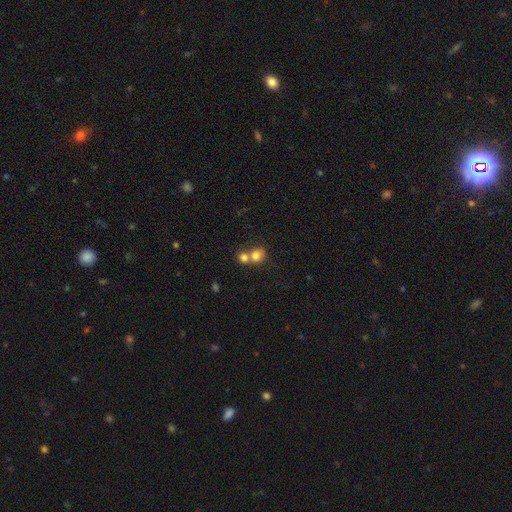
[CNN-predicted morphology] Q: Smooth or featured?
A: smooth (76%); runner-up: featured or disk (13%)
Q: How rounded?
A: round (69%); runner-up: in between (30%)
Q: Merging?
A: merger (61%); runner-up: none (30%)